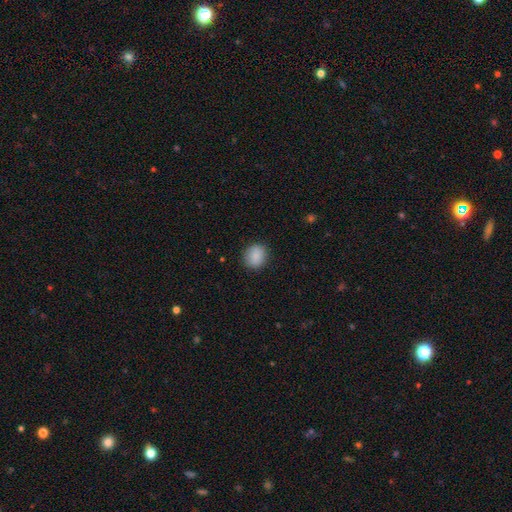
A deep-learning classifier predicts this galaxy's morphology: Smooth or featured: smooth — 88% (star or artifact — 8%)
How rounded: round — 68% (in between — 31%)
Merging: none — 88% (minor disturbance — 9%)